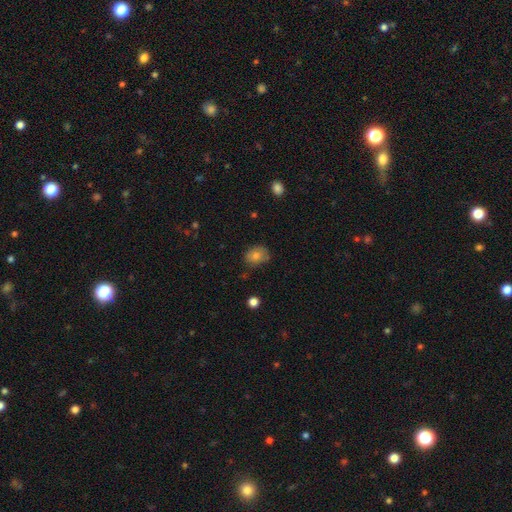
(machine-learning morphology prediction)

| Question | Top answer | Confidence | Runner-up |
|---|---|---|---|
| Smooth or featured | smooth | 79% | featured or disk (11%) |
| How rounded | in between | 56% | round (43%) |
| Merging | none | 72% | minor disturbance (22%) |